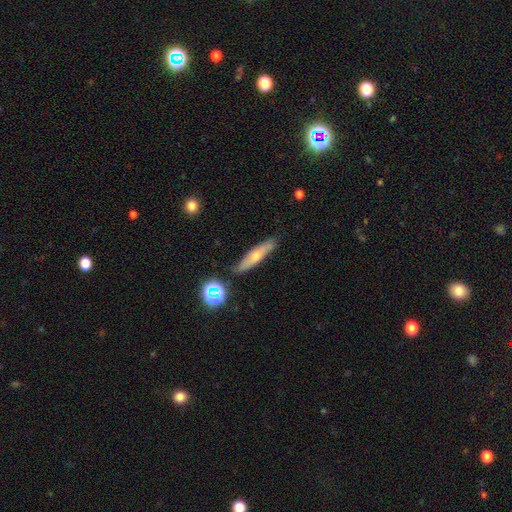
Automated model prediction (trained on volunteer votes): Smooth or featured: smooth — 55% (featured or disk — 35%)
How rounded: cigar-shaped — 80% (in between — 17%)
Merging: none — 81% (minor disturbance — 13%)